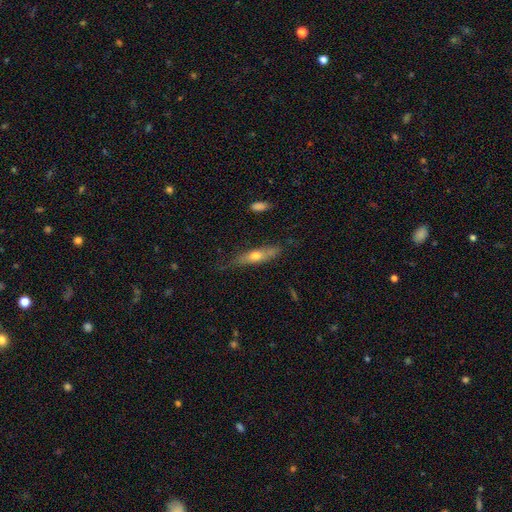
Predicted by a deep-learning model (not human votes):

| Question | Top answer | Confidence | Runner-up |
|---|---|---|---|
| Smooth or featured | smooth | 53% | featured or disk (40%) |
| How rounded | cigar-shaped | 69% | in between (28%) |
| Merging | none | 63% | minor disturbance (26%) |